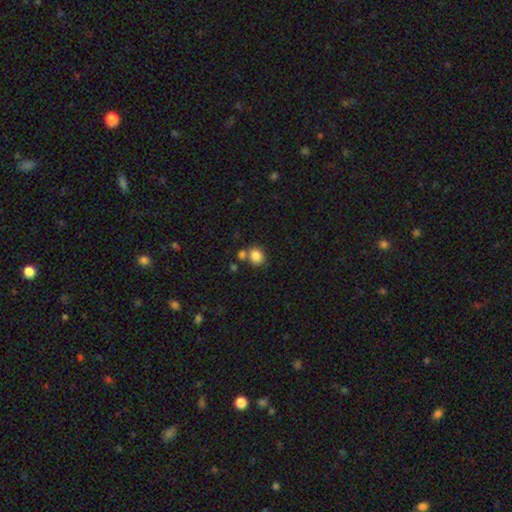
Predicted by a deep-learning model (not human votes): A smooth galaxy with no disk features (84%) that is round (67%).

Vote fractions:
- Smooth or featured? smooth: 84% / star or artifact: 10% / featured or disk: 5%
- How rounded? round: 67% / in between: 32% / cigar-shaped: 1%
- Merging? none: 60% / merger: 22% / minor disturbance: 13% / major disturbance: 4%